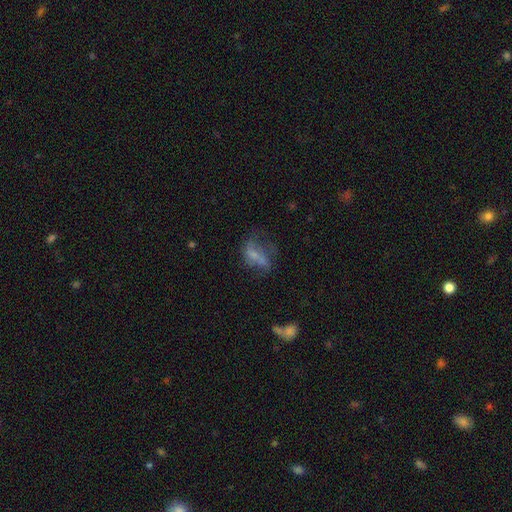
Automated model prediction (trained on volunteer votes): Smooth or featured?
  - smooth: 46% *
  - featured or disk: 40%
  - star or artifact: 15%
Merging?
  - major disturbance: 36% *
  - none: 34%
  - minor disturbance: 22%
  - merger: 8%